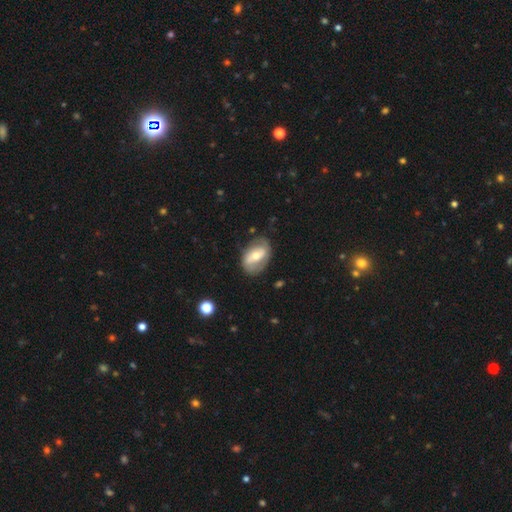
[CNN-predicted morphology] Smooth or featured? featured or disk (64%)
Edge-on disk? no (95%)
Bar? weak (37%)
Spiral arms? yes (72%)
Bulge size? moderate (62%)
Merging? none (72%)